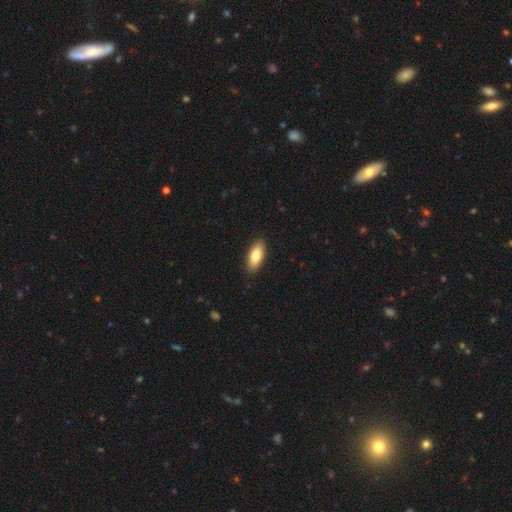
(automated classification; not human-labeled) Q: Smooth or featured?
A: smooth (84%); runner-up: featured or disk (10%)
Q: How rounded?
A: in between (83%); runner-up: cigar-shaped (15%)
Q: Merging?
A: none (88%); runner-up: minor disturbance (9%)